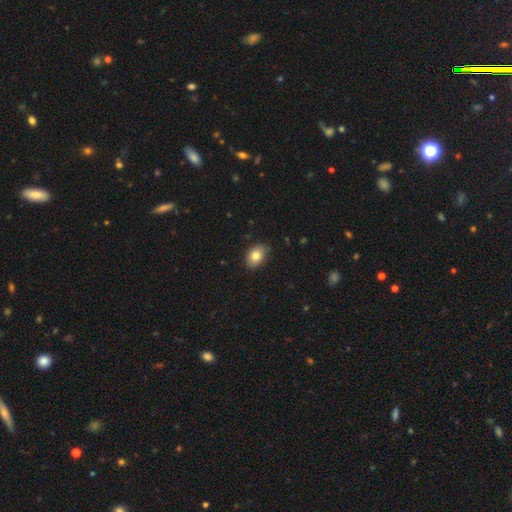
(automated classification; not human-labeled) Overall: smooth (83%). How rounded: in between (81%). Merging: none (84%).